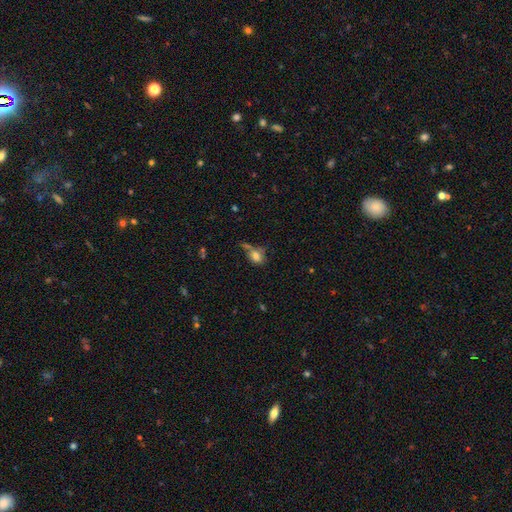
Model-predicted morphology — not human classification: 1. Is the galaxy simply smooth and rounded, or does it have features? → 75% smooth, 12% featured or disk, 12% star or artifact.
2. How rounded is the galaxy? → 58% in between, 39% round, 2% cigar-shaped.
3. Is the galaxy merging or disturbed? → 41% none, 22% minor disturbance, 21% merger, 16% major disturbance.